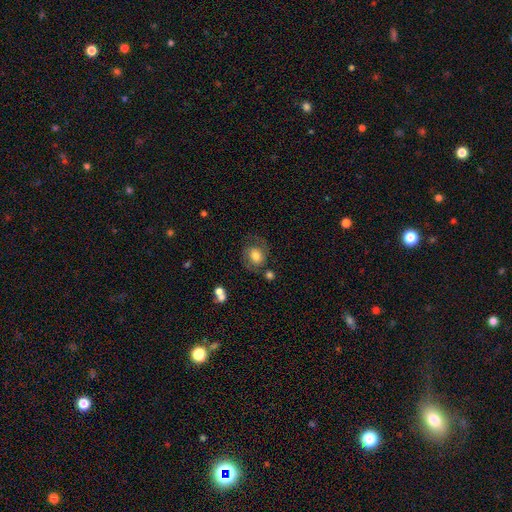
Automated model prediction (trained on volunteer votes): Smooth or featured? Predicted: smooth (p=0.52). How rounded? Predicted: round (p=0.66). Merging? Predicted: none (p=0.63).